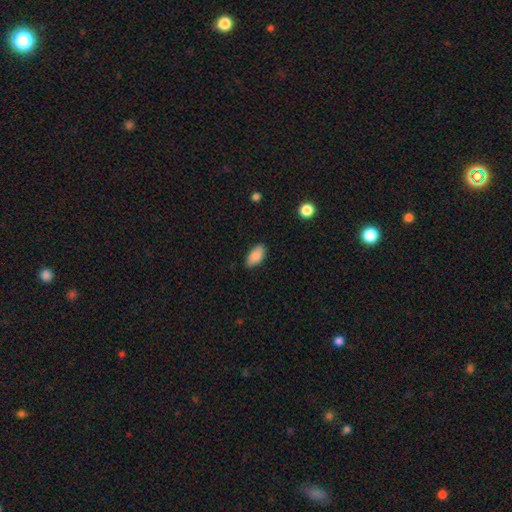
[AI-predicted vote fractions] This appears to be a smooth galaxy with no disk features (88%) that is in between round and cigar-shaped (92%). Merging: none (80%).